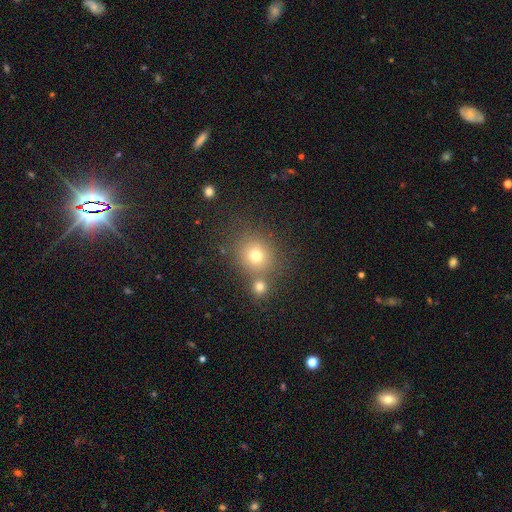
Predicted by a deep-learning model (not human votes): smooth-or-featured: smooth: 73% | star or artifact: 17% | featured or disk: 10%
  how-rounded: round: 83% | in between: 16% | cigar-shaped: 1%
  merging: none: 65% | merger: 22% | minor disturbance: 9% | major disturbance: 4%